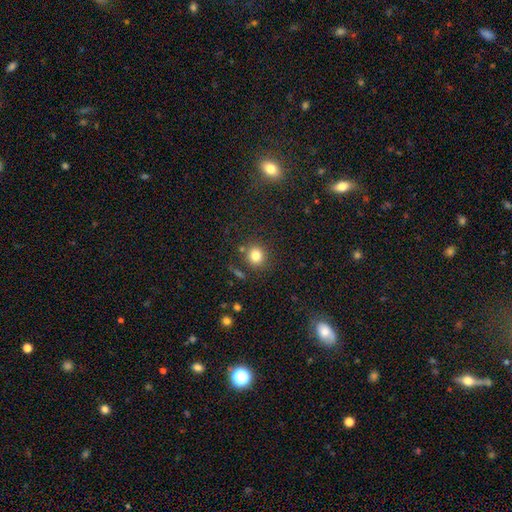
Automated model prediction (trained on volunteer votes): This is clearly a smooth galaxy (81%). How rounded: clearly round (87%). Merging: clearly none (82%).